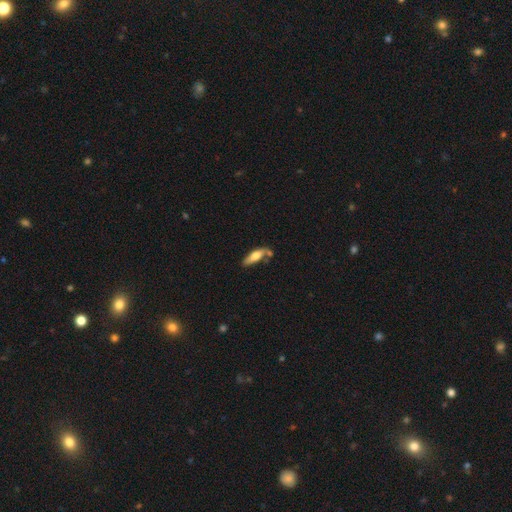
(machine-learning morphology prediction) A smooth galaxy with no disk features (61%) that is cigar-shaped (54%).

Vote fractions:
- Smooth or featured? smooth: 61% / featured or disk: 33% / star or artifact: 6%
- How rounded? cigar-shaped: 54% / in between: 44% / round: 2%
- Merging? none: 58% / minor disturbance: 21% / merger: 16% / major disturbance: 6%